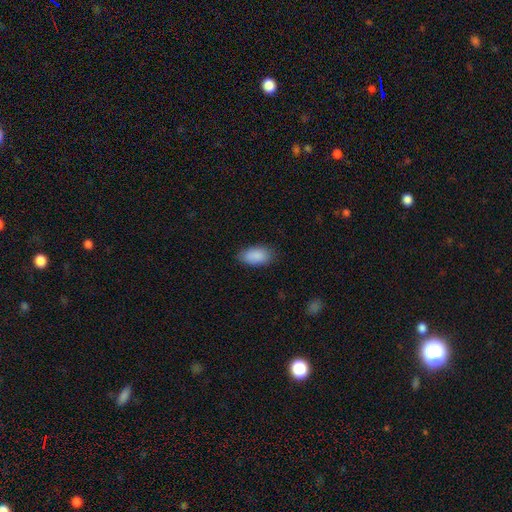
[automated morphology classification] type=smooth (90%); roundness=in between (94%); merging=none (81%).